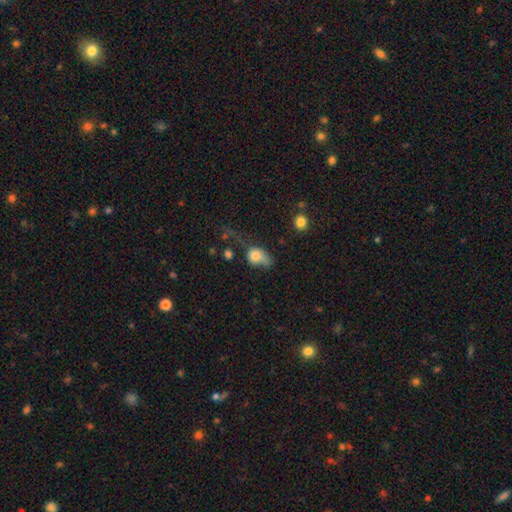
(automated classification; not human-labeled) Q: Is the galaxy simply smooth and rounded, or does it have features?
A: smooth — 75%.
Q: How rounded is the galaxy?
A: in between — 57%.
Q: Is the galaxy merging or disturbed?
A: major disturbance — 41%.